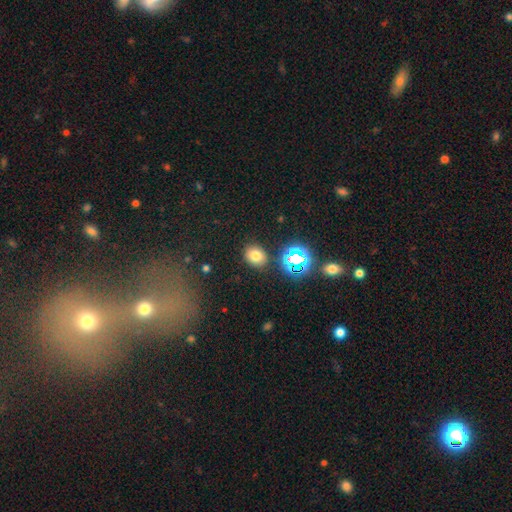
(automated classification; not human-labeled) smooth_or_featured: smooth (p=0.72) [alt: star or artifact p=0.20]
how_rounded: round (p=0.57) [alt: in between p=0.42]
merging: none (p=0.85) [alt: minor disturbance p=0.09]